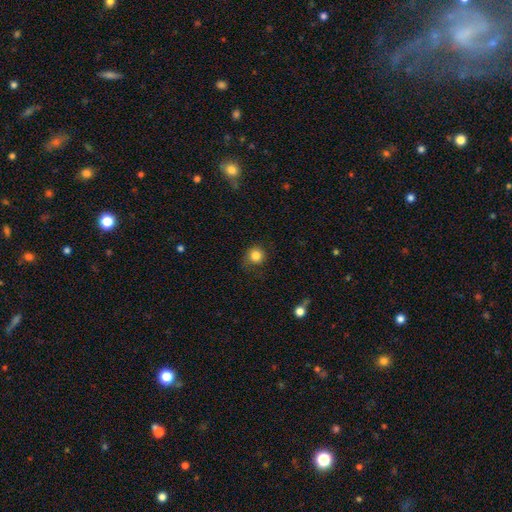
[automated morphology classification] Smooth or featured: smooth — 83% (star or artifact — 11%)
How rounded: round — 90% (in between — 9%)
Merging: none — 73% (minor disturbance — 18%)